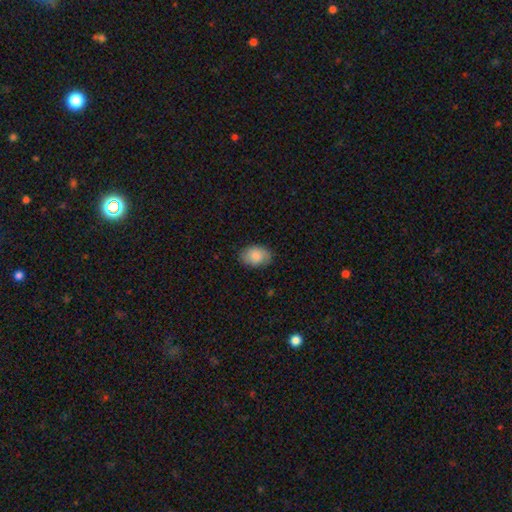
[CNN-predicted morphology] Smooth or featured: smooth — 82% (featured or disk — 11%)
How rounded: in between — 82% (round — 17%)
Merging: none — 77% (minor disturbance — 18%)